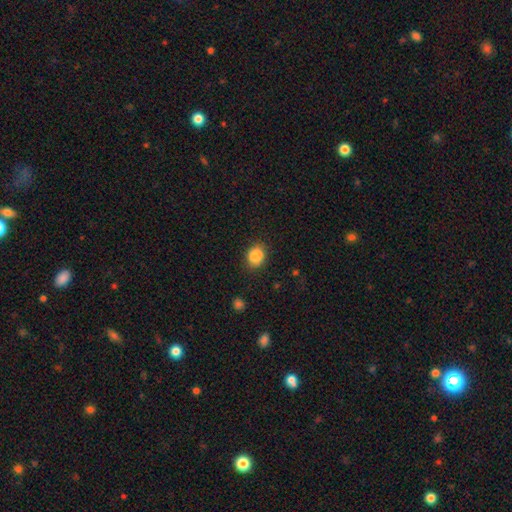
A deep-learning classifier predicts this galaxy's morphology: This is clearly a smooth galaxy (87%). How rounded: possibly round (55%). Merging: clearly none (82%).